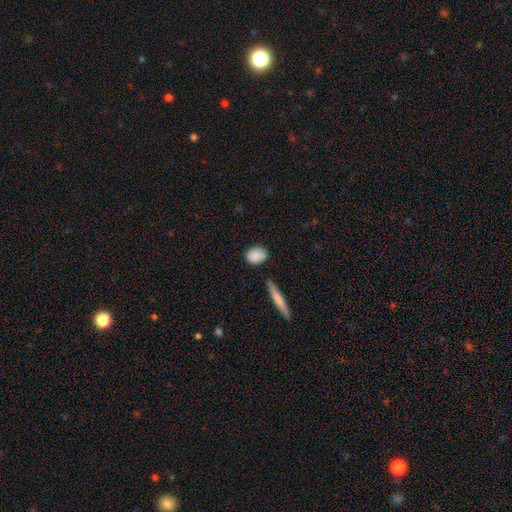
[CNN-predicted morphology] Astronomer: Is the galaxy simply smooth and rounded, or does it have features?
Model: smooth — 87%.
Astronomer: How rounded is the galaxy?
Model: in between — 55% (runner-up: round, 41%).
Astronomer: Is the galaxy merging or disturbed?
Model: none — 79%.